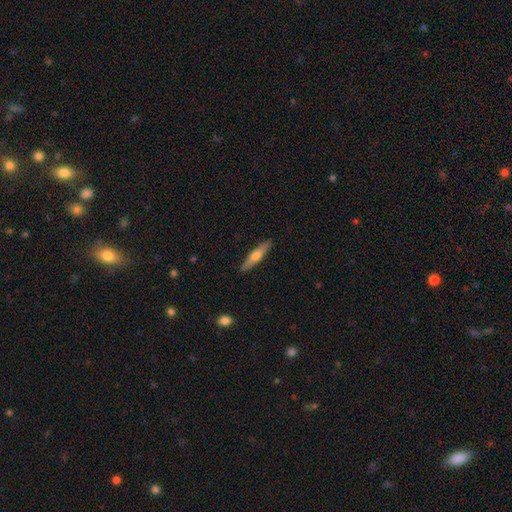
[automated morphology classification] Overall: smooth (48%; featured or disk 46%). Merging: none (90%).